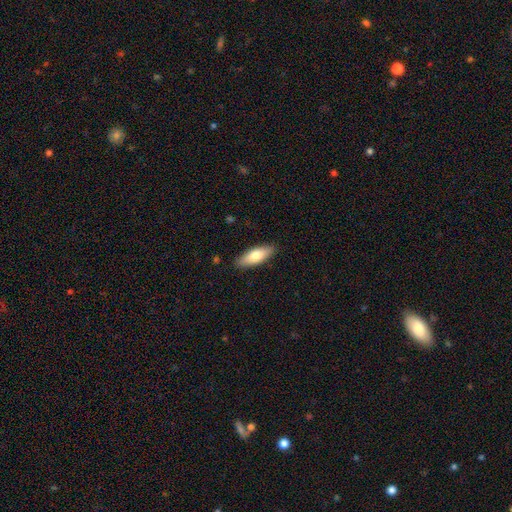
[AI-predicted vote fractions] Smooth or featured? smooth (74%)
How rounded? in between (61%)
Merging? none (88%)